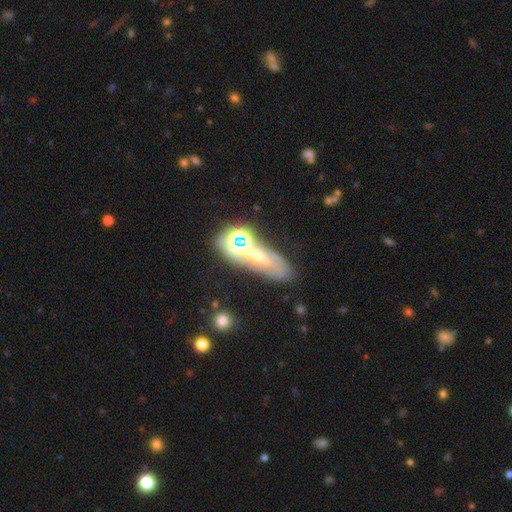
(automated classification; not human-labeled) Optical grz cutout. It shows a featured or disk galaxy (38%). Merging: none (58%).